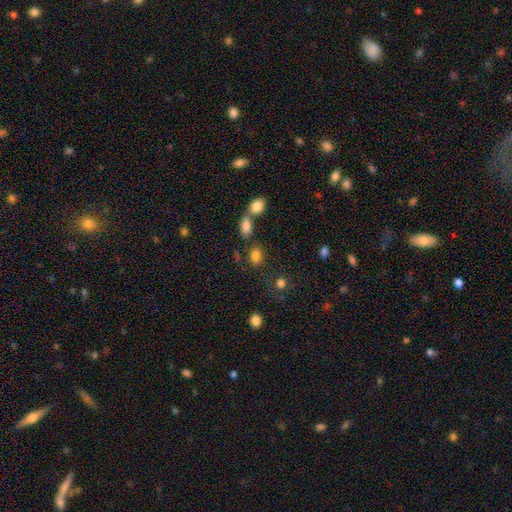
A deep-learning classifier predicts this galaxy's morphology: Smooth or featured: smooth — 83% (star or artifact — 11%)
How rounded: in between — 68% (round — 31%)
Merging: none — 70% (minor disturbance — 13%)